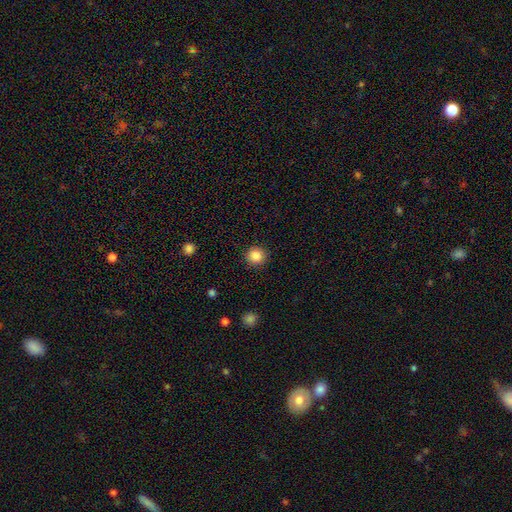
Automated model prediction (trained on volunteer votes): smooth_or_featured: smooth (p=0.86) [alt: star or artifact p=0.10]
how_rounded: round (p=0.93) [alt: in between p=0.06]
merging: none (p=0.91) [alt: minor disturbance p=0.06]